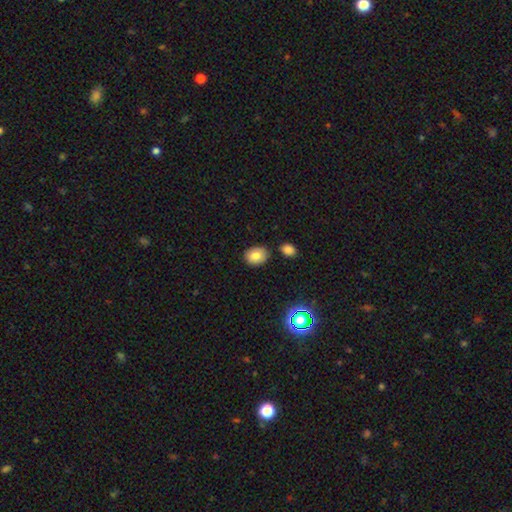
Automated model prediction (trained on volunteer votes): smooth-or-featured: smooth: 79% | featured or disk: 11% | star or artifact: 10%
  how-rounded: in between: 62% | round: 36% | cigar-shaped: 1%
  merging: none: 82% | minor disturbance: 11% | merger: 5% | major disturbance: 2%